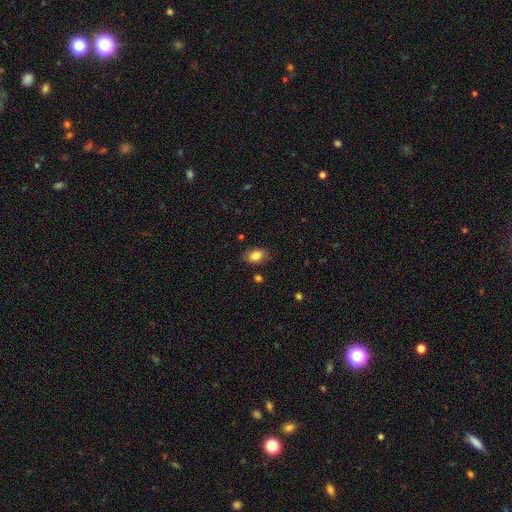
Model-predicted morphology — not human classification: smooth_or_featured: smooth (p=0.84) [alt: star or artifact p=0.09]
how_rounded: in between (p=0.81) [alt: round p=0.18]
merging: none (p=0.84) [alt: minor disturbance p=0.12]